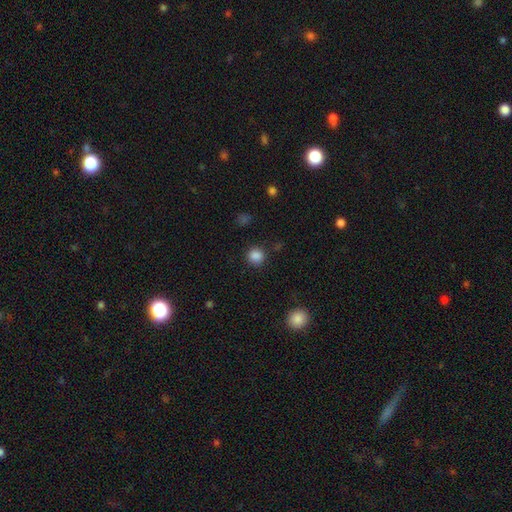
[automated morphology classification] Smooth or featured? smooth (85%)
How rounded? round (90%)
Merging? none (86%)